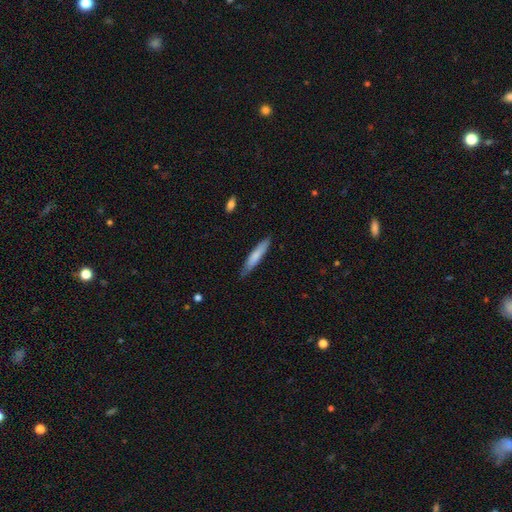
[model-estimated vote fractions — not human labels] smooth_or_featured: smooth (p=0.75) [alt: featured or disk p=0.20]
how_rounded: cigar-shaped (p=0.88) [alt: in between p=0.11]
merging: none (p=0.82) [alt: minor disturbance p=0.14]